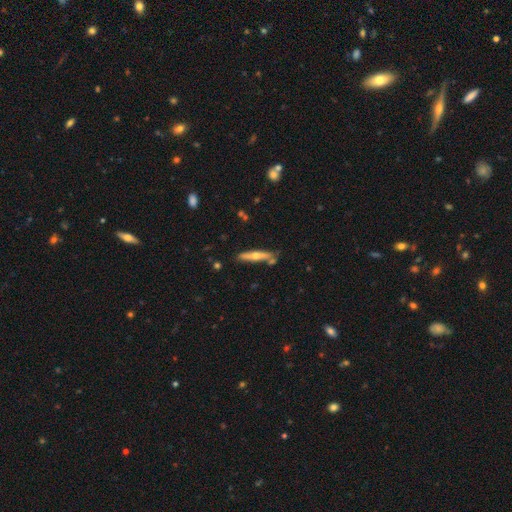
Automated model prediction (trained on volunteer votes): Smooth or featured?
  - featured or disk: 53% *
  - smooth: 41%
  - star or artifact: 6%
Edge-on disk?
  - yes: 90% *
  - no: 10%
Merging?
  - none: 75% *
  - minor disturbance: 14%
  - merger: 8%
  - major disturbance: 3%